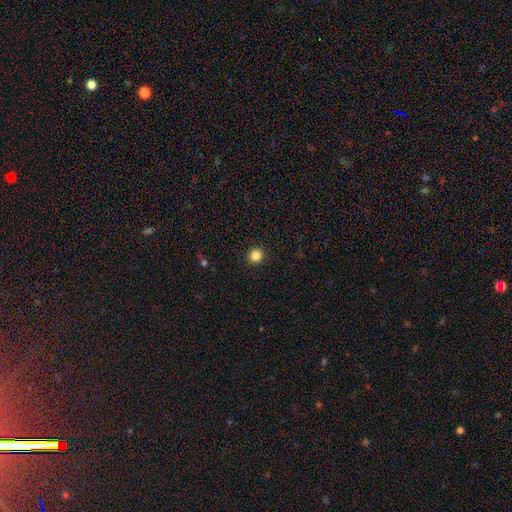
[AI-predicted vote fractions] smooth-or-featured: smooth: 84% | star or artifact: 12% | featured or disk: 4%
  how-rounded: round: 95% | in between: 4% | cigar-shaped: 1%
  merging: none: 93% | minor disturbance: 4% | major disturbance: 2% | merger: 1%